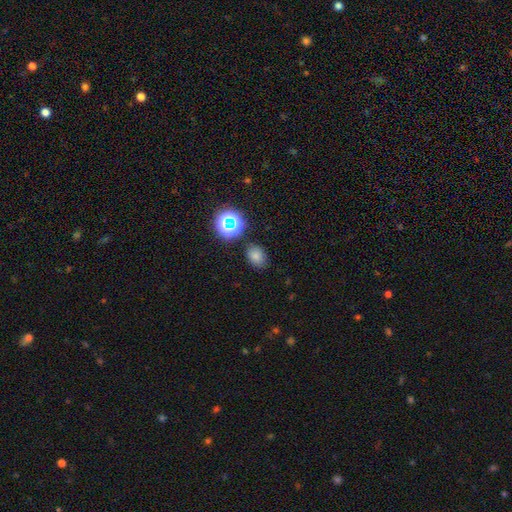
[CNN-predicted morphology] The model was most divided on "how rounded": in between: 69%, round: 30%, cigar-shaped: 1%. More confident: merging — none (81%); smooth or featured — smooth (73%).